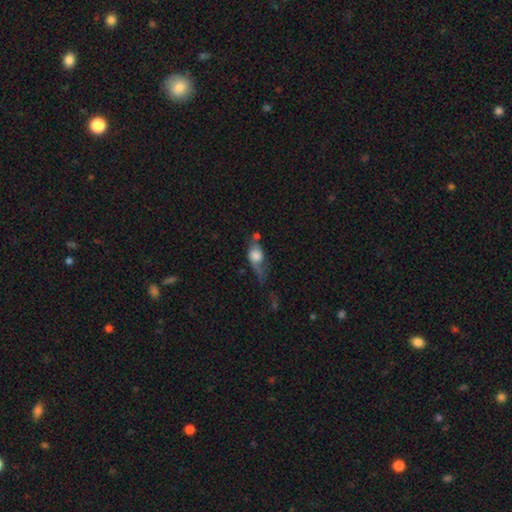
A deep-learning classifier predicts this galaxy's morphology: A smooth galaxy with no disk features (59%) that is in between round and cigar-shaped (62%). Merging: major disturbance (30%).